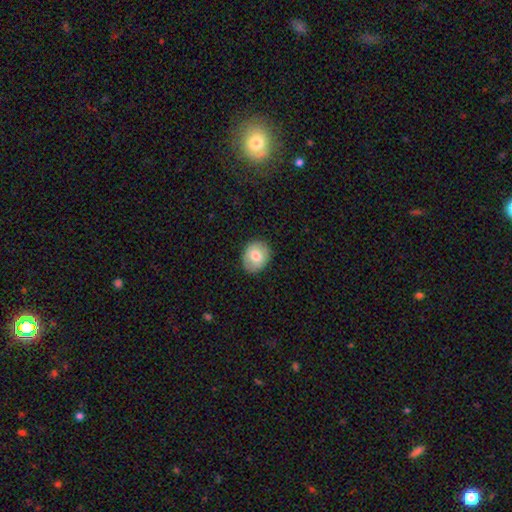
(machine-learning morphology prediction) Q: Smooth or featured?
A: smooth (74%); runner-up: featured or disk (18%)
Q: How rounded?
A: round (54%); runner-up: in between (46%)
Q: Merging?
A: none (86%); runner-up: minor disturbance (11%)